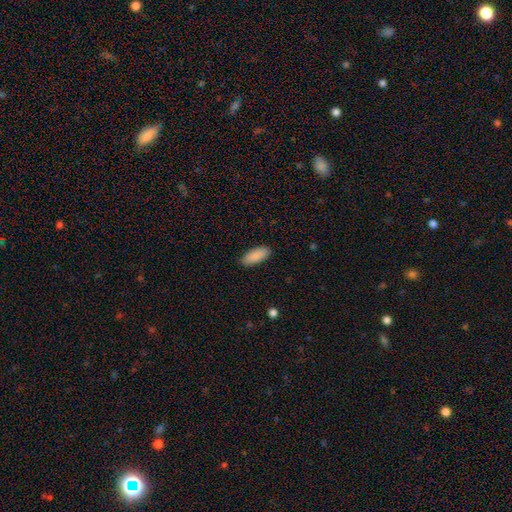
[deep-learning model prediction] This is clearly a smooth galaxy (90%). How rounded: clearly in between (82%). Merging: clearly none (90%).